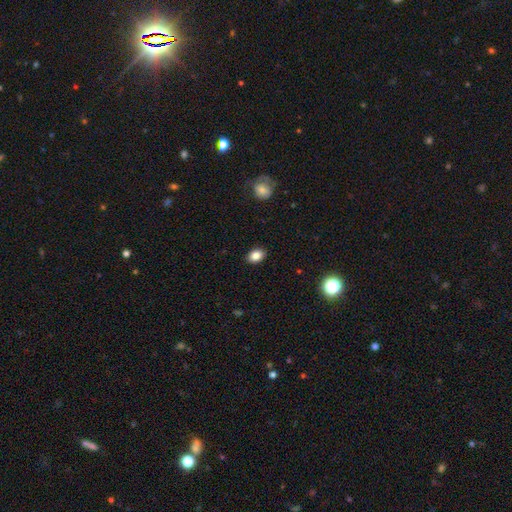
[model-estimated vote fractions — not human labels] This appears to be a smooth galaxy with no disk features (85%) that is in between round and cigar-shaped (77%). Merging: none (89%).